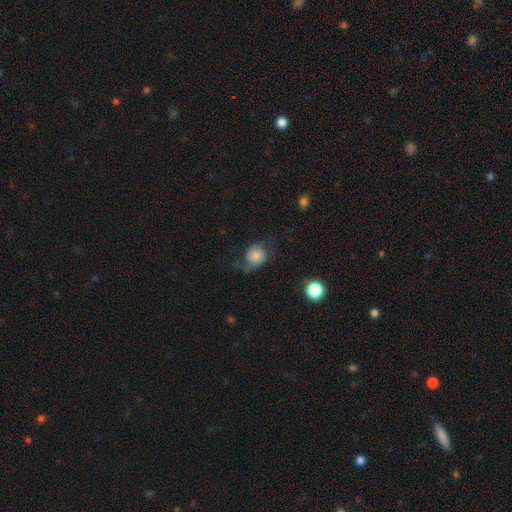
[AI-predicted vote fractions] Q: Smooth or featured?
A: smooth (56%); runner-up: featured or disk (35%)
Q: How rounded?
A: round (67%); runner-up: in between (32%)
Q: Merging?
A: none (45%); runner-up: minor disturbance (27%)